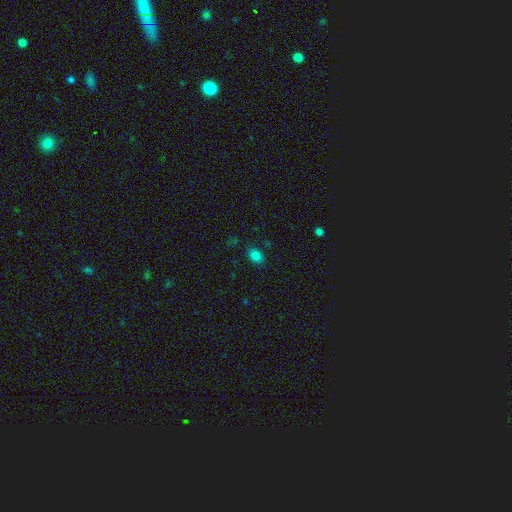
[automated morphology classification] Smooth or featured? Predicted: smooth (p=0.82). How rounded? Predicted: in between (p=0.72). Merging? Predicted: none (p=0.84).